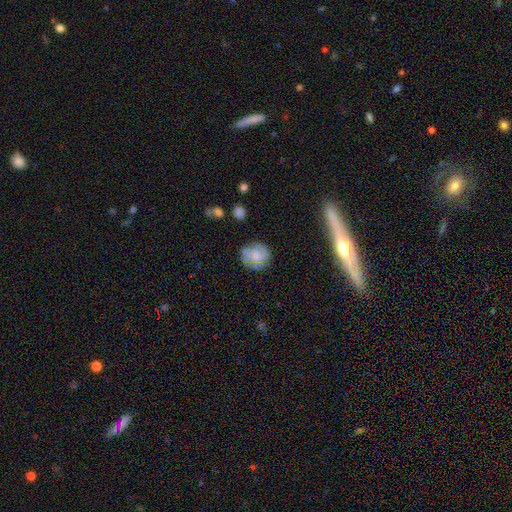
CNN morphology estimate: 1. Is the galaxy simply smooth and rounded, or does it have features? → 63% smooth, 27% featured or disk, 10% star or artifact.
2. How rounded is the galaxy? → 79% round, 20% in between, 1% cigar-shaped.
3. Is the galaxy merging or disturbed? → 65% none, 23% minor disturbance, 7% major disturbance, 5% merger.